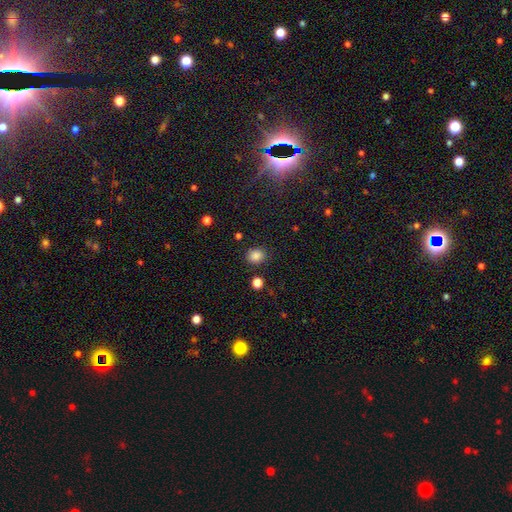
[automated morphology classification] smooth-or-featured: smooth: 84% | star or artifact: 12% | featured or disk: 4%
  how-rounded: round: 67% | in between: 32% | cigar-shaped: 1%
  merging: none: 84% | minor disturbance: 10% | major disturbance: 3% | merger: 3%